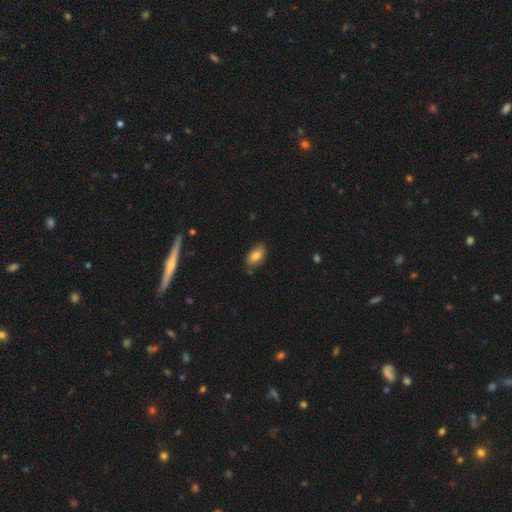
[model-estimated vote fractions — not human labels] Morphology: type=smooth (80%); roundness=in between (92%); merging=none (79%).